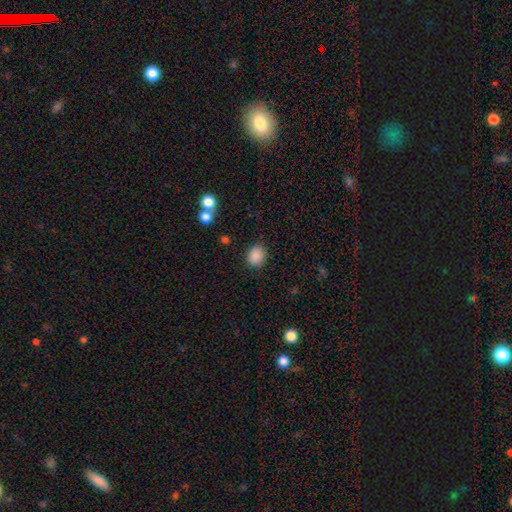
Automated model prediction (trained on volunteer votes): This is clearly a smooth galaxy (87%). How rounded: likely round (63%). Merging: clearly none (85%).